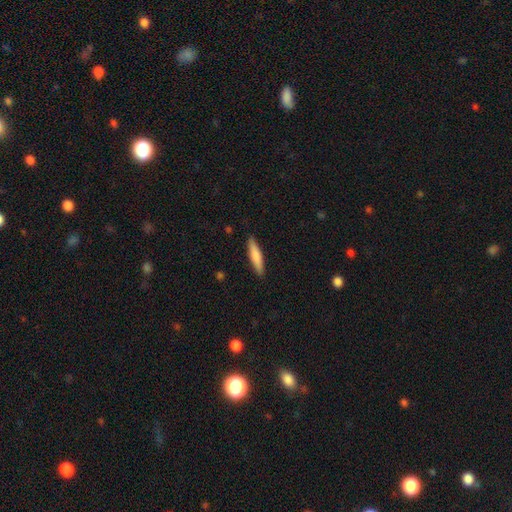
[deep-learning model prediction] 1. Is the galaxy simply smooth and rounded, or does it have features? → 76% smooth, 19% featured or disk, 5% star or artifact.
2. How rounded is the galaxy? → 84% cigar-shaped, 15% in between, 1% round.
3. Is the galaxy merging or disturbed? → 90% none, 8% minor disturbance, 2% major disturbance, 1% merger.